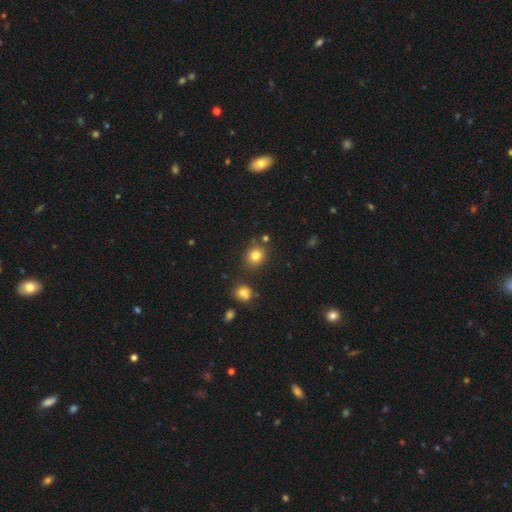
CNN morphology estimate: type=smooth (81%); roundness=round (78%); merging=none (81%).